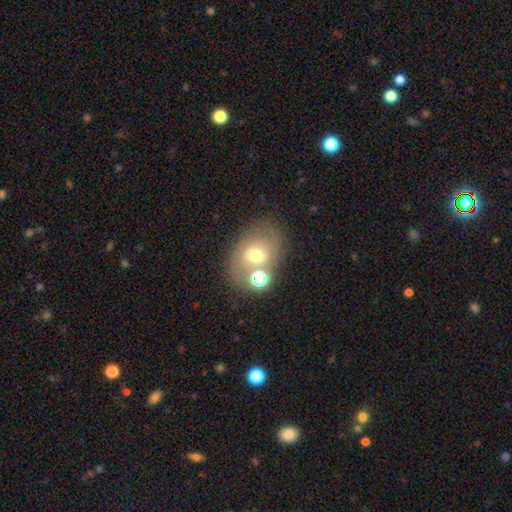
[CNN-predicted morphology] Smooth or featured? smooth (51%)
How rounded? in between (61%)
Merging? none (54%)